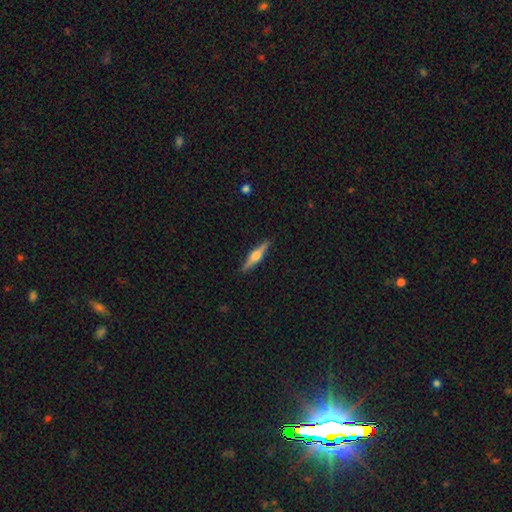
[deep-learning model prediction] featured or disk 70%, smooth 25%, star or artifact 6%. Down the decision tree: edge-on disk — yes (98%); edge-on bulge — rounded (91%); merging — none (91%).